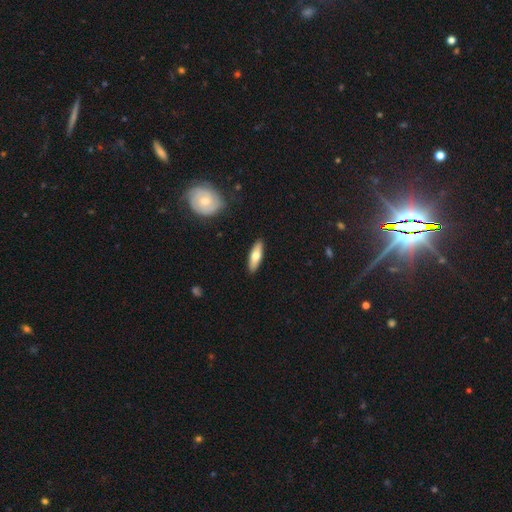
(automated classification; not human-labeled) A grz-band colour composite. It shows a smooth galaxy with no disk features (66%) that is cigar-shaped (51%). Merging: none (89%).